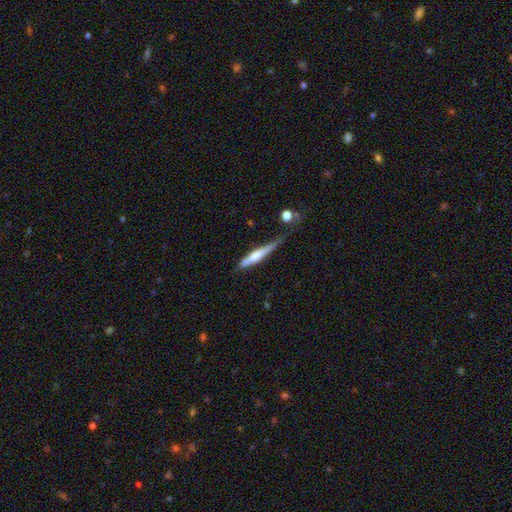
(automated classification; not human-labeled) Q: Smooth or featured?
A: featured or disk (48%); runner-up: smooth (46%)
Q: Merging?
A: none (48%); runner-up: minor disturbance (31%)